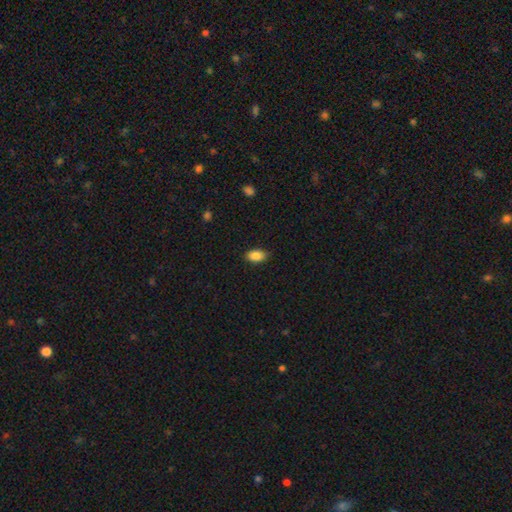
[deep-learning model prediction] A smooth galaxy with no disk features (88%) that is in between round and cigar-shaped (91%).

Vote fractions:
- Smooth or featured? smooth: 88% / star or artifact: 8% / featured or disk: 4%
- How rounded? in between: 91% / round: 6% / cigar-shaped: 3%
- Merging? none: 84% / minor disturbance: 13% / major disturbance: 2% / merger: 1%